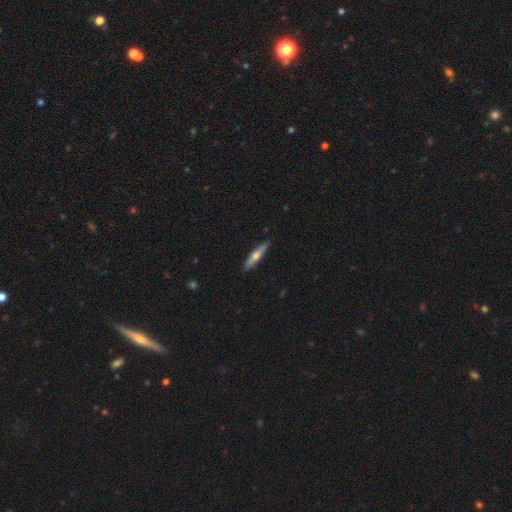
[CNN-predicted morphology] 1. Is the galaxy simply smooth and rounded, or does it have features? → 50% smooth, 44% featured or disk, 6% star or artifact.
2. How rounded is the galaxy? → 88% cigar-shaped, 11% in between, 2% round.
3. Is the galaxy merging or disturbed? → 89% none, 9% minor disturbance, 2% major disturbance, 1% merger.